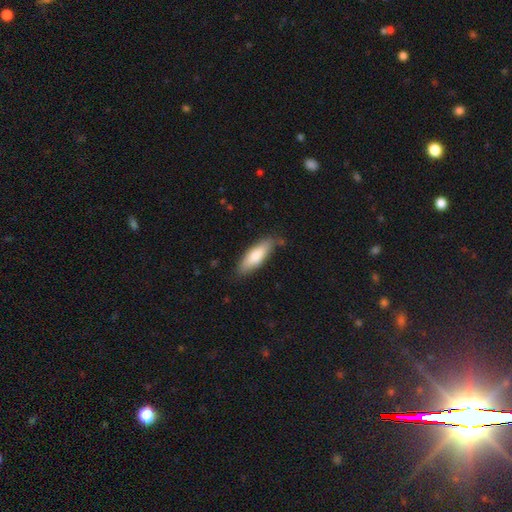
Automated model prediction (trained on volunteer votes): The model was most divided on "how rounded": in between: 51%, cigar-shaped: 48%, round: 2%. More confident: merging — none (78%); smooth or featured — smooth (77%).